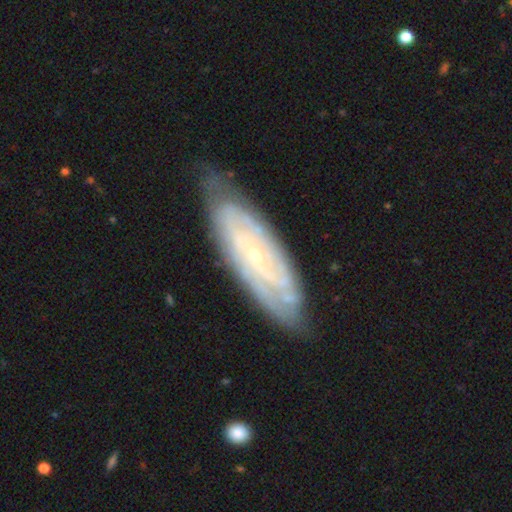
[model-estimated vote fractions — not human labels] Morphology: type=featured or disk (80%); edge-on=no (85%); bar=no (63%); spiral arms=yes (90%); winding=tight (70%); arm count=can't tell (51%); bulge=small (83%); merging=none (73%).